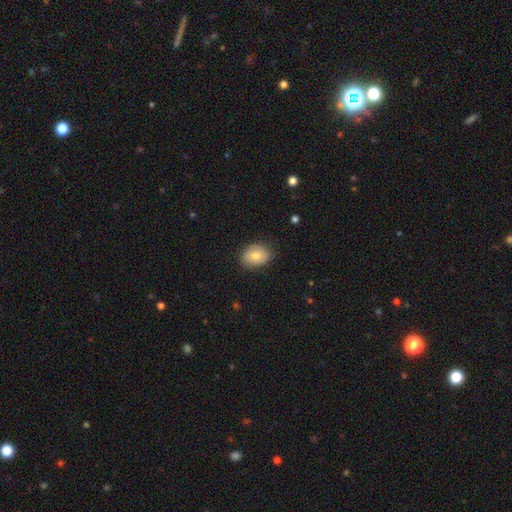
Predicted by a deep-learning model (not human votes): Q: Smooth or featured?
A: smooth (79%); runner-up: featured or disk (14%)
Q: How rounded?
A: in between (65%); runner-up: round (34%)
Q: Merging?
A: none (81%); runner-up: minor disturbance (15%)